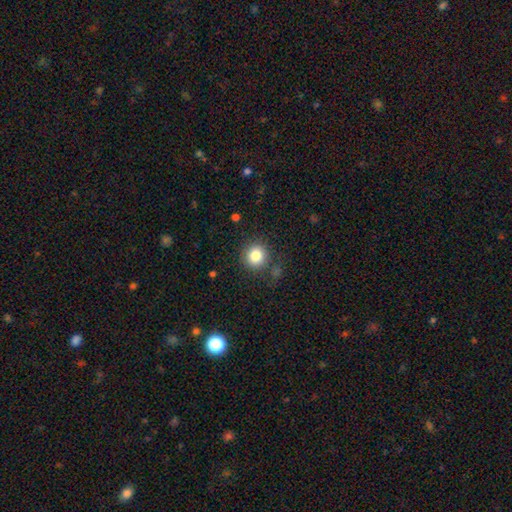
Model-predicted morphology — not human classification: type=smooth (83%); roundness=round (90%); merging=none (84%).